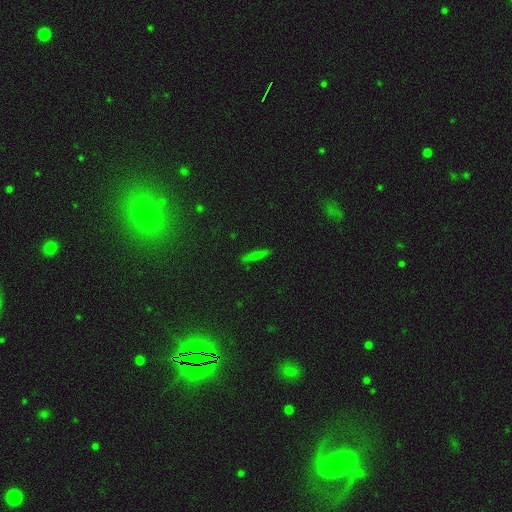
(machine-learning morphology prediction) Overall: smooth (64%). How rounded: cigar-shaped (86%). Merging: none (86%).